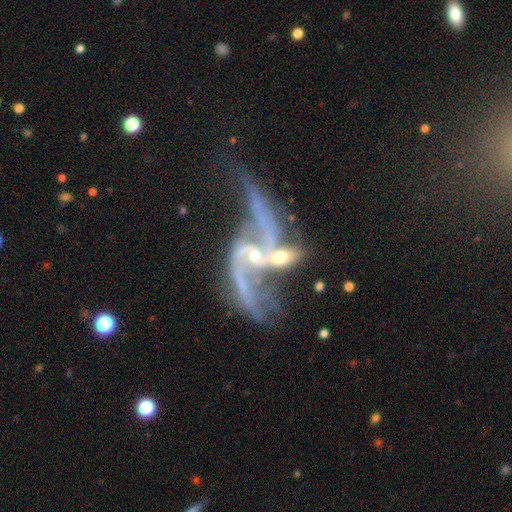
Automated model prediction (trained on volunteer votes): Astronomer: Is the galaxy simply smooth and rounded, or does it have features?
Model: featured or disk — 86%.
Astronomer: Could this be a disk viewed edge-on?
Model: no — 94%.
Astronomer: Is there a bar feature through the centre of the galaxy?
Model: no — 46% (runner-up: weak, 33%).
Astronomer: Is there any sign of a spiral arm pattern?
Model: yes — 89%.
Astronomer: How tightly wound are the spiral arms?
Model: loose — 83%.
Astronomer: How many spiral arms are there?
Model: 2 — 81%.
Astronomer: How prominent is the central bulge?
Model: small — 66%.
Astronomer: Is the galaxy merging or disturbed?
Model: merger — 50%.